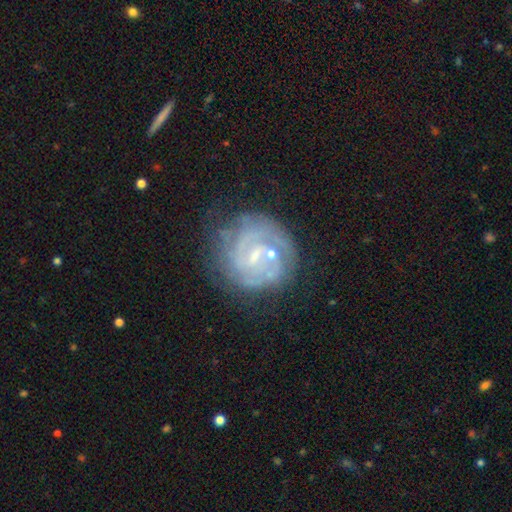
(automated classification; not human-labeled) This appears to be a featured or disk galaxy (78%) with a weak bar (50%), tight (64%) spiral arms (86%) and a small central bulge (63%). Merging: none (64%).